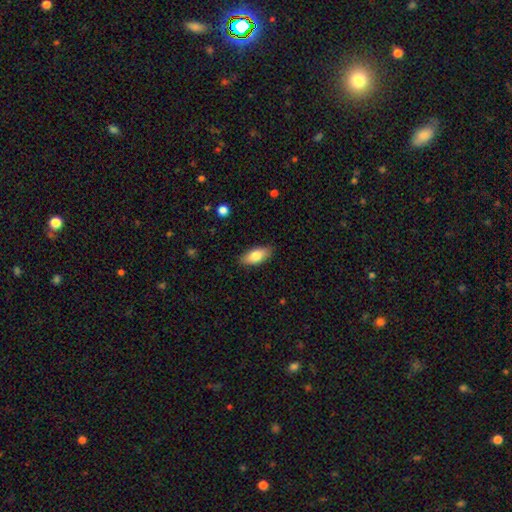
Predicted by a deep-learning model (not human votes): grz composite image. It shows a smooth galaxy with no disk features (80%) that is in between round and cigar-shaped (86%). Merging: none (87%).